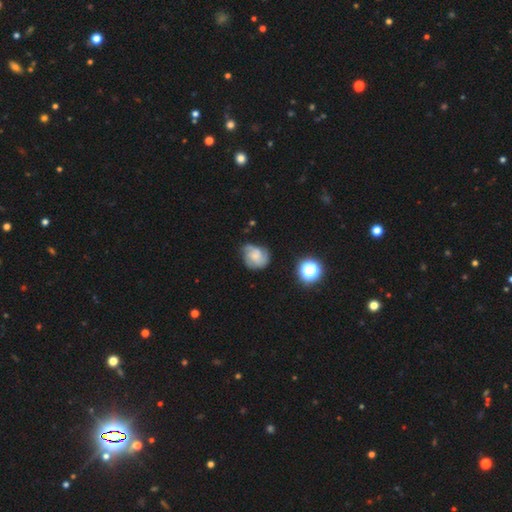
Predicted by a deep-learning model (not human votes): A featured or disk galaxy (64%) with no bar (69%), 3 (46%) tight (46%) spiral arms (90%) and a small central bulge (33%).

Vote fractions:
- Smooth or featured? featured or disk: 64% / smooth: 27% / star or artifact: 9%
- Edge-on disk? no: 98% / yes: 2%
- Bar? no: 69% / weak: 27% / strong: 4%
- Spiral arms? yes: 90% / no: 10%
- Spiral winding? tight: 46% / medium: 41% / loose: 13%
- Spiral arm count? 3: 46% / can't tell: 21% / 2: 17% / 4: 8% / 1: 4% / more than 4: 4%
- Bulge size? small: 33% / moderate: 29% / none: 28% / large: 8% / dominant: 2%
- Merging? none: 64% / minor disturbance: 23% / major disturbance: 10% / merger: 2%